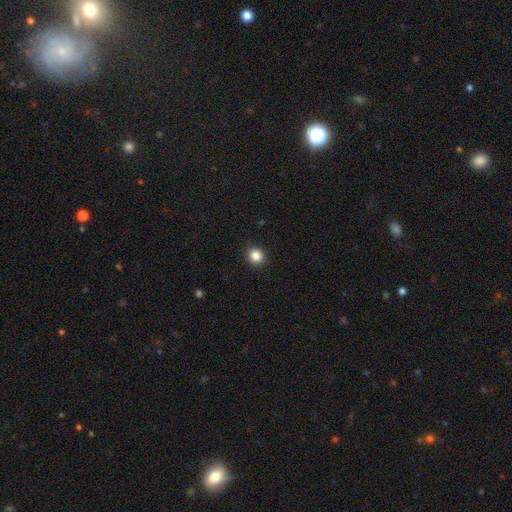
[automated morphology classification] Overall: smooth (86%). How rounded: round (89%). Merging: none (92%).